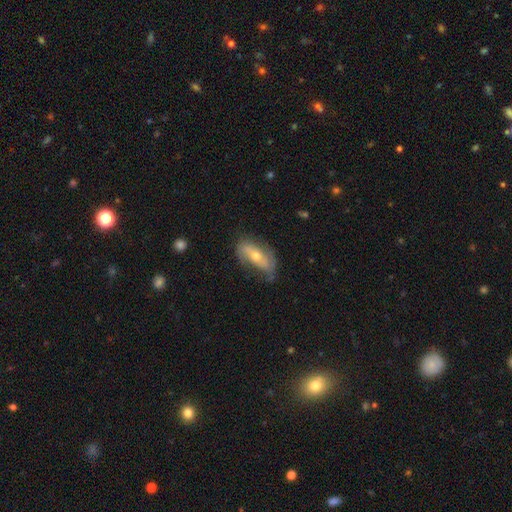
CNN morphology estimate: smooth_or_featured: featured or disk (p=0.53) [alt: smooth p=0.40]
disk_edge_on: no (p=0.80) [alt: yes p=0.20]
merging: none (p=0.56) [alt: minor disturbance p=0.30]